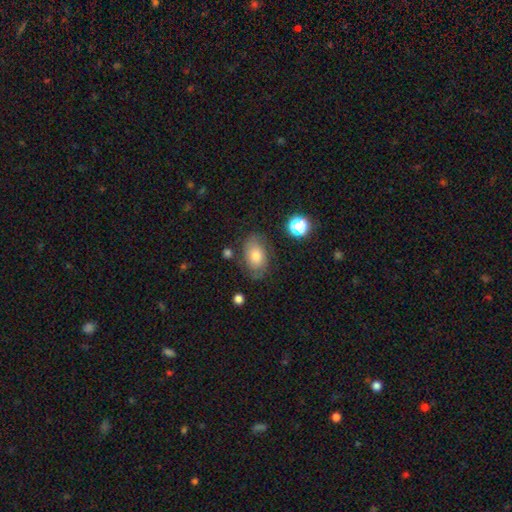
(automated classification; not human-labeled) Smooth or featured: smooth — 54% (featured or disk — 35%)
How rounded: in between — 83% (round — 16%)
Merging: none — 69% (minor disturbance — 20%)